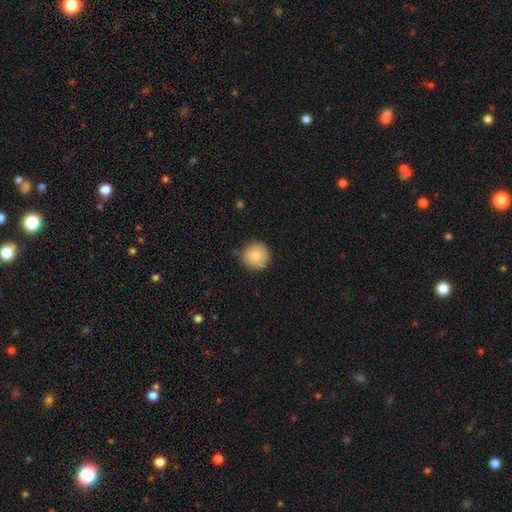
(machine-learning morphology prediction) Smooth or featured: smooth — 82% (featured or disk — 10%)
How rounded: round — 95% (in between — 4%)
Merging: none — 81% (minor disturbance — 14%)